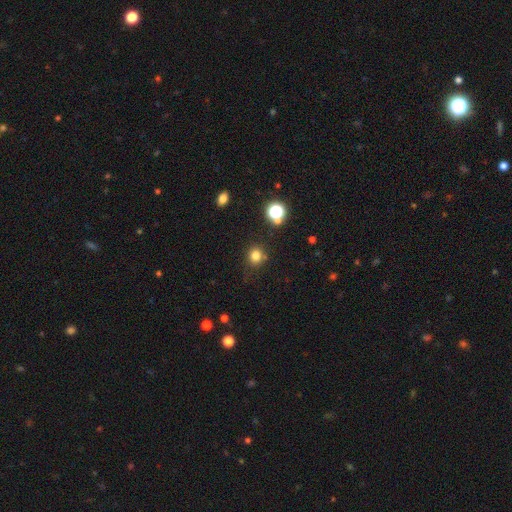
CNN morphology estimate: smooth 77%, star or artifact 17%, featured or disk 6%. Down the decision tree: how rounded — round (88%); merging — none (81%).